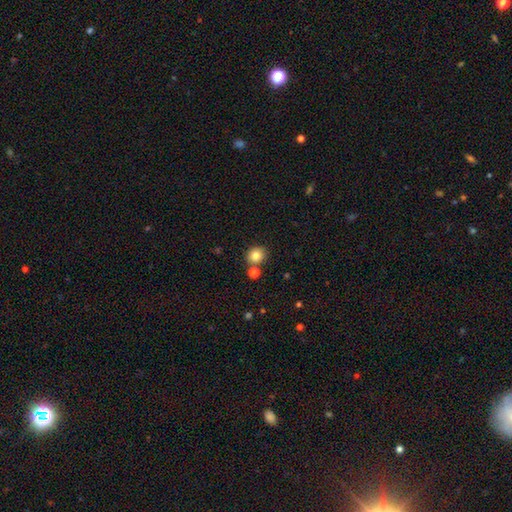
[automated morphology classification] smooth_or_featured: smooth (p=0.83) [alt: star or artifact p=0.11]
how_rounded: round (p=0.81) [alt: in between p=0.19]
merging: none (p=0.76) [alt: merger p=0.13]